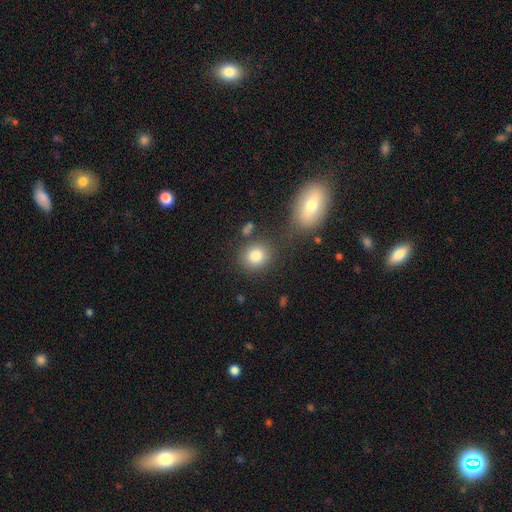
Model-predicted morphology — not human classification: Q: Smooth or featured?
A: smooth (82%); runner-up: star or artifact (10%)
Q: How rounded?
A: round (77%); runner-up: in between (22%)
Q: Merging?
A: none (76%); runner-up: minor disturbance (11%)